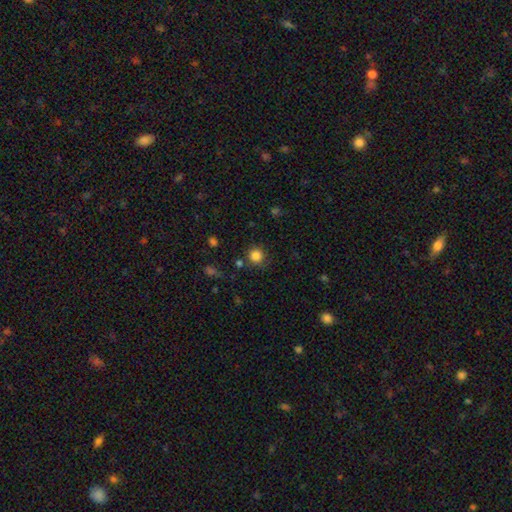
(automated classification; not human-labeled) Morphology: type=smooth (84%); roundness=round (93%); merging=none (80%).